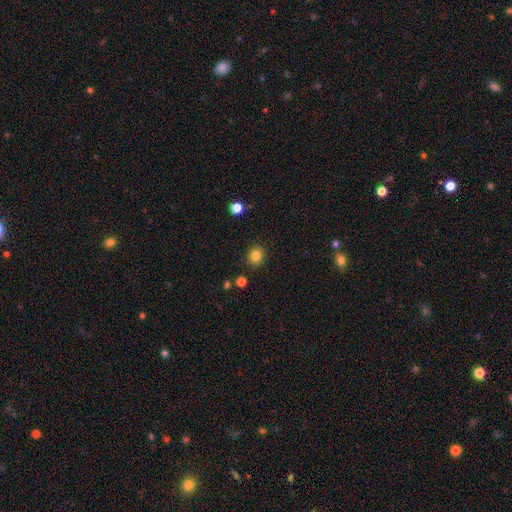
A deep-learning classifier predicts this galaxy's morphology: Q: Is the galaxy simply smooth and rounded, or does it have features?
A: smooth — 83%.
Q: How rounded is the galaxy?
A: round — 81%.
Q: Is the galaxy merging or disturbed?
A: none — 90%.